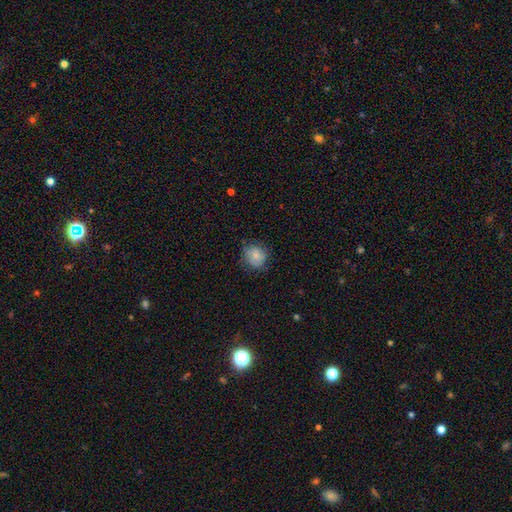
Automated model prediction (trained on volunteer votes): This appears to be a smooth galaxy with no disk features (78%) that is round (81%). Merging: none (71%).